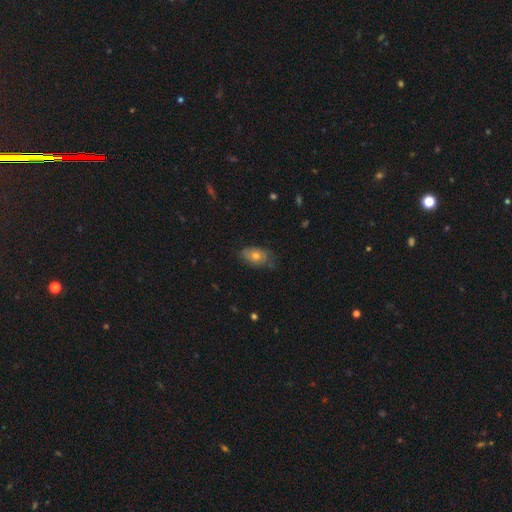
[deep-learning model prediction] This is likely a smooth galaxy (64%). How rounded: clearly in between (87%). Merging: likely none (62%).